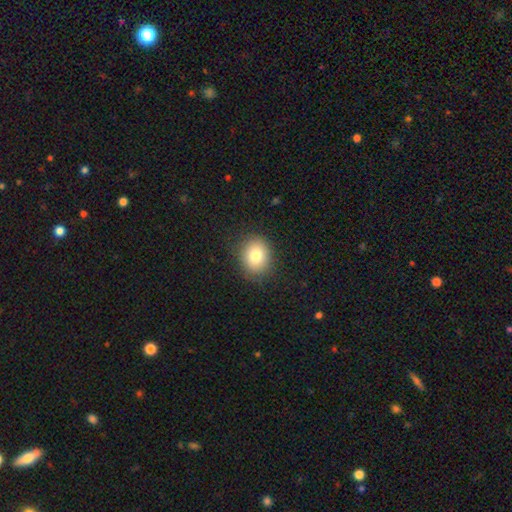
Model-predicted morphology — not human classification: Smooth or featured? Predicted: smooth (p=0.79). How rounded? Predicted: round (p=0.65). Merging? Predicted: none (p=0.88).